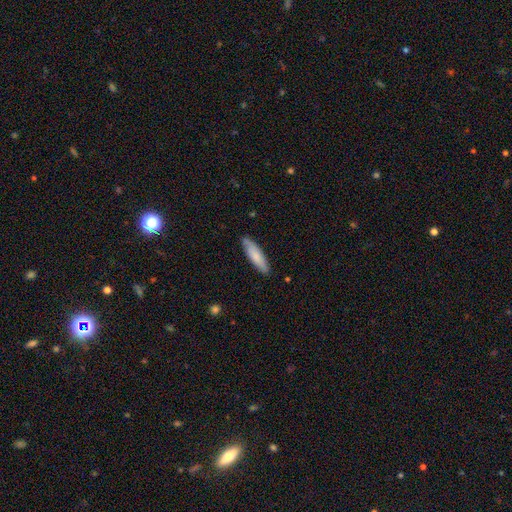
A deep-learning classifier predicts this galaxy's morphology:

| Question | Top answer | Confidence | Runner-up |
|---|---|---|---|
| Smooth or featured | smooth | 77% | featured or disk (17%) |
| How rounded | cigar-shaped | 66% | in between (33%) |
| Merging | none | 83% | minor disturbance (14%) |